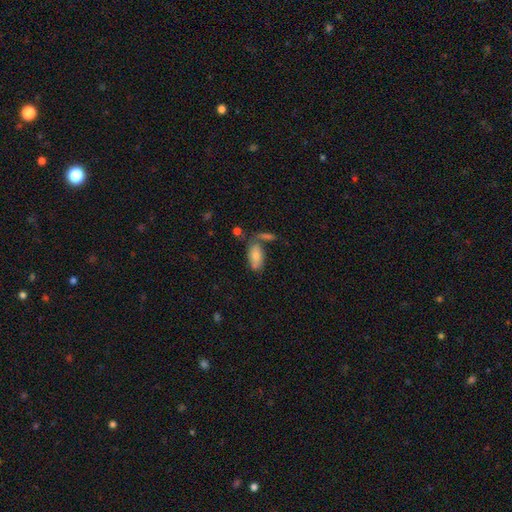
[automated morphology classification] smooth 76%, featured or disk 17%, star or artifact 7%. Down the decision tree: how rounded — in between (89%); merging — none (51%).